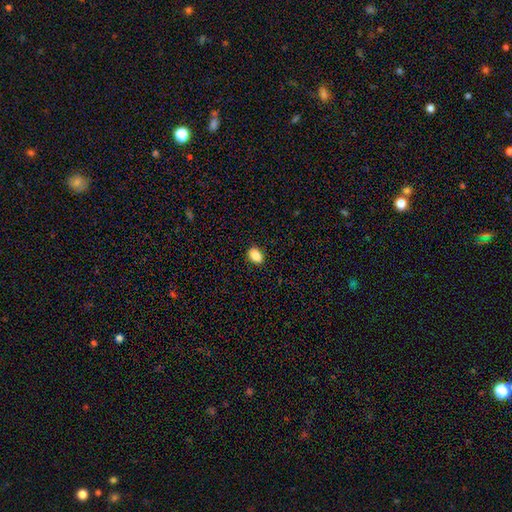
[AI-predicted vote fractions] This is clearly a smooth galaxy (87%). How rounded: clearly in between (84%). Merging: clearly none (89%).